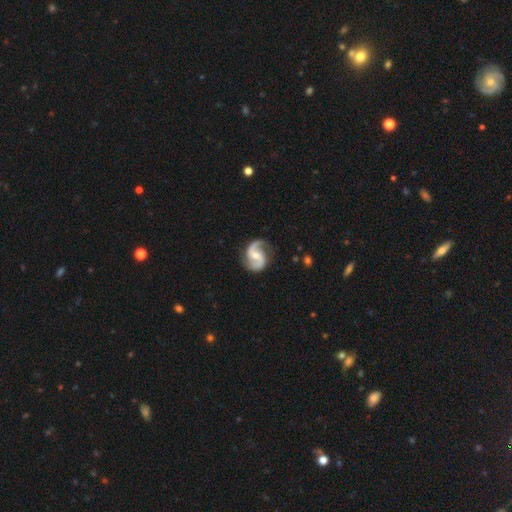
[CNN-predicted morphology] Smooth or featured? Predicted: featured or disk (p=0.91). Edge-on disk? Predicted: no (p=0.98). Bar? Predicted: weak (p=0.44). Spiral arms? Predicted: yes (p=0.98). Spiral winding? Predicted: medium (p=0.51). Spiral arm count? Predicted: 2 (p=0.92). Bulge size? Predicted: moderate (p=0.50). Merging? Predicted: none (p=0.79).